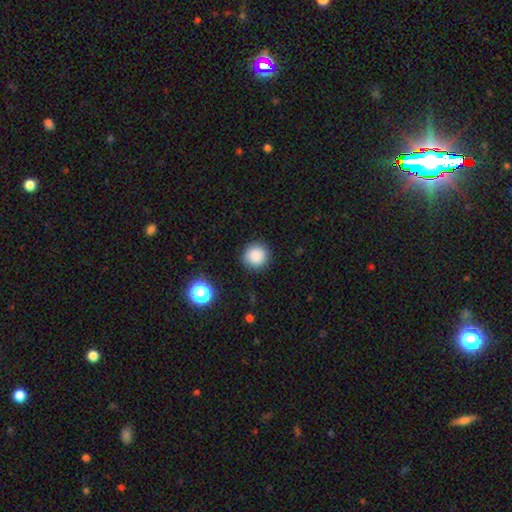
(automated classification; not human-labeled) smooth 86%, star or artifact 11%, featured or disk 3%. Down the decision tree: how rounded — round (94%); merging — none (89%).